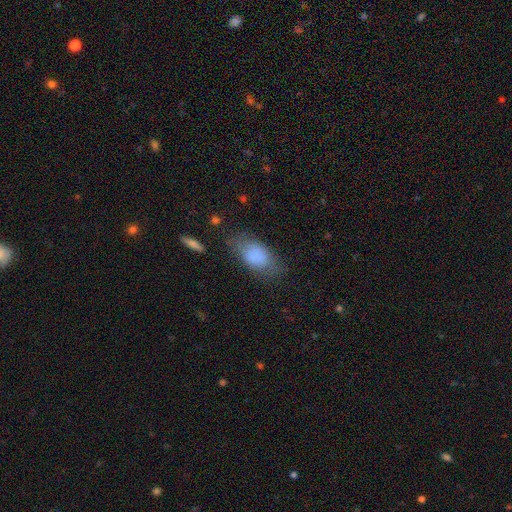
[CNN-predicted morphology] Smooth or featured? Predicted: smooth (p=0.81). How rounded? Predicted: in between (p=0.88). Merging? Predicted: none (p=0.61).